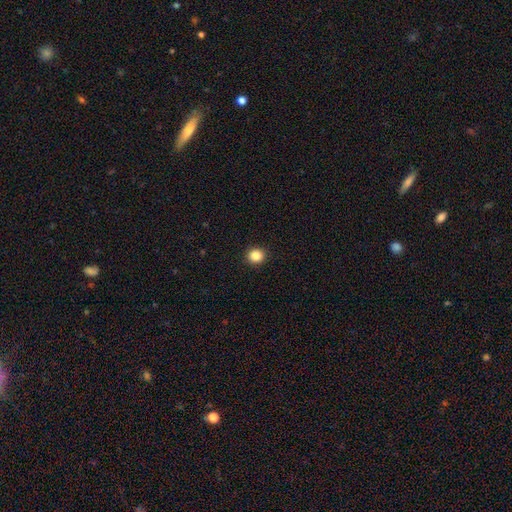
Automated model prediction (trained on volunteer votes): A smooth galaxy with no disk features (86%) that is round (90%). Merging: none (93%).